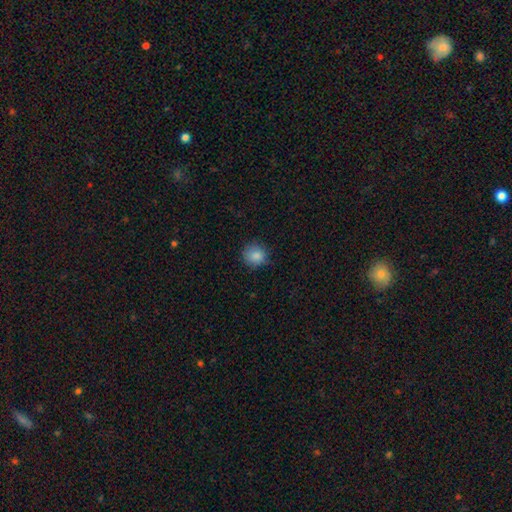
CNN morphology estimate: The model was most divided on "merging": none: 79%, minor disturbance: 17%, major disturbance: 3%, merger: 1%. More confident: how rounded — round (91%); smooth or featured — smooth (85%).